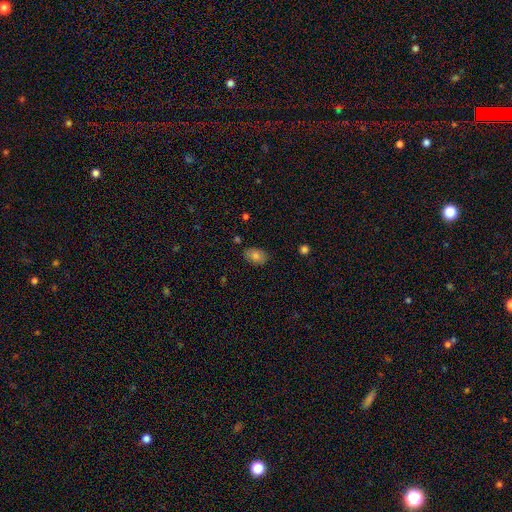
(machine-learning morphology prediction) smooth 78%, featured or disk 11%, star or artifact 10%. Down the decision tree: how rounded — in between (85%); merging — none (84%).